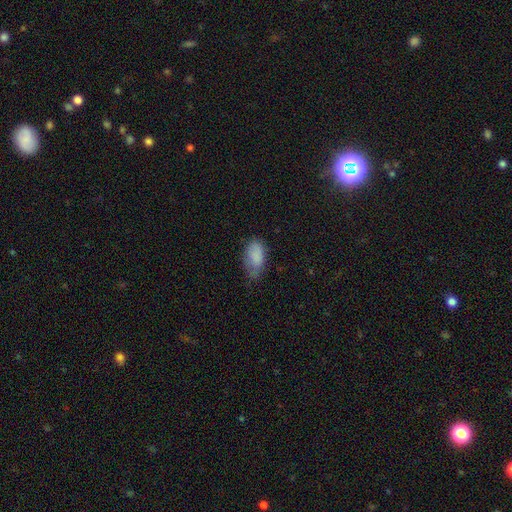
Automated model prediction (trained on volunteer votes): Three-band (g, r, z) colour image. It shows a smooth galaxy with no disk features (84%) that is in between round and cigar-shaped (93%). Merging: none (50%).